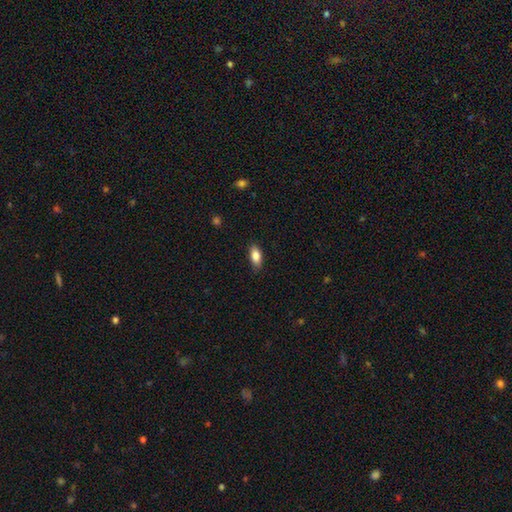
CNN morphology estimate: type=smooth (84%); roundness=in between (87%); merging=none (85%).